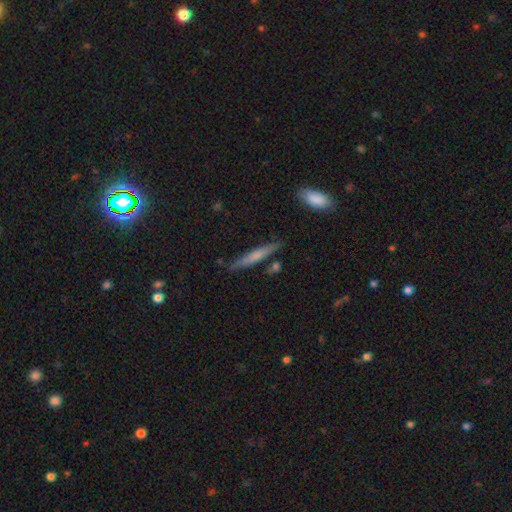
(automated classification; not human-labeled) This appears to be a smooth galaxy with no disk features (59%) that is cigar-shaped (93%). Merging: none (83%).